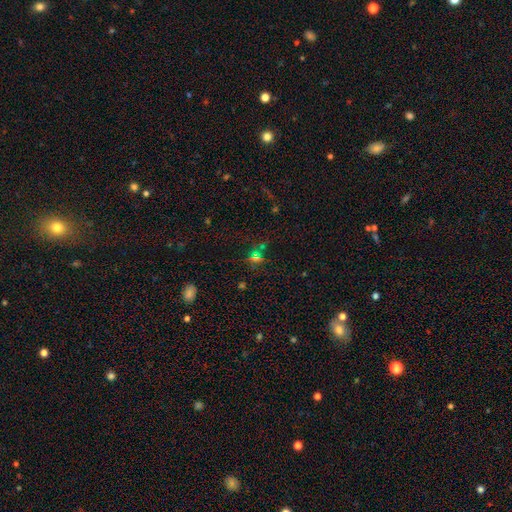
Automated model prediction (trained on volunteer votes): Smooth or featured? Predicted: star or artifact (p=0.59).